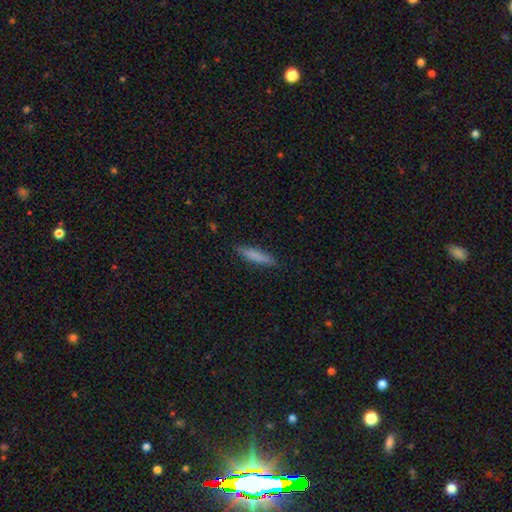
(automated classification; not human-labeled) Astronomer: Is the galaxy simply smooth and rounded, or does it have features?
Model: smooth — 80%.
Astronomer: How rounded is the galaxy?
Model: cigar-shaped — 86%.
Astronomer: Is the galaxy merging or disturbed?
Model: none — 86%.